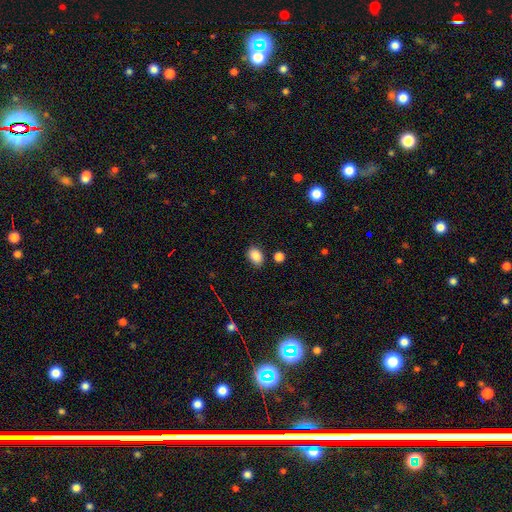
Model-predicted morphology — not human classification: This appears to be a smooth galaxy with no disk features (86%) that is in between round and cigar-shaped (72%). Merging: none (83%).